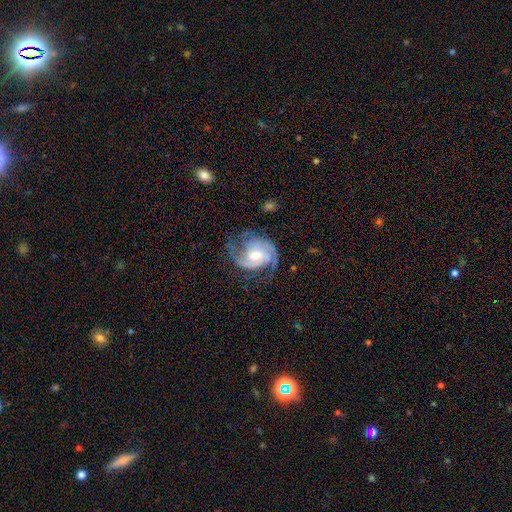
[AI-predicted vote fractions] Smooth or featured? featured or disk (88%)
Edge-on disk? no (98%)
Bar? no (47%)
Spiral arms? yes (97%)
Spiral winding? medium (48%)
Spiral arm count? 2 (71%)
Bulge size? moderate (63%)
Merging? none (64%)